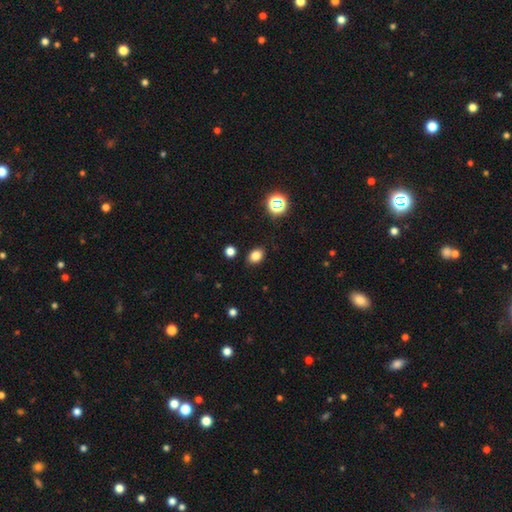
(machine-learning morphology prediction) Smooth or featured?
  - smooth: 80% *
  - star or artifact: 14%
  - featured or disk: 6%
How rounded?
  - in between: 69% *
  - round: 30%
  - cigar-shaped: 1%
Merging?
  - none: 87% *
  - minor disturbance: 9%
  - major disturbance: 2%
  - merger: 2%